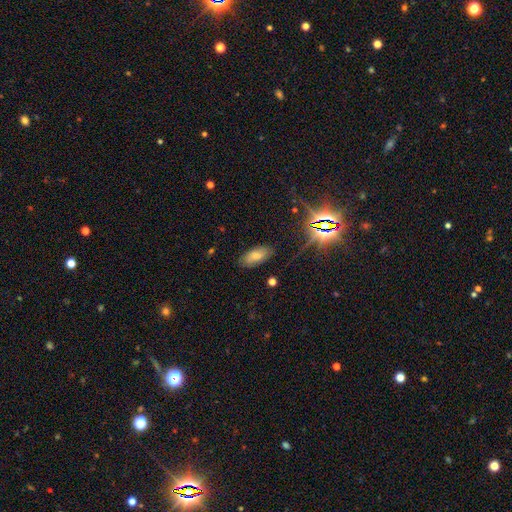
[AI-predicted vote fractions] smooth_or_featured: smooth (p=0.66) [alt: featured or disk p=0.18]
how_rounded: in between (p=0.90) [alt: cigar-shaped p=0.07]
merging: none (p=0.79) [alt: minor disturbance p=0.15]